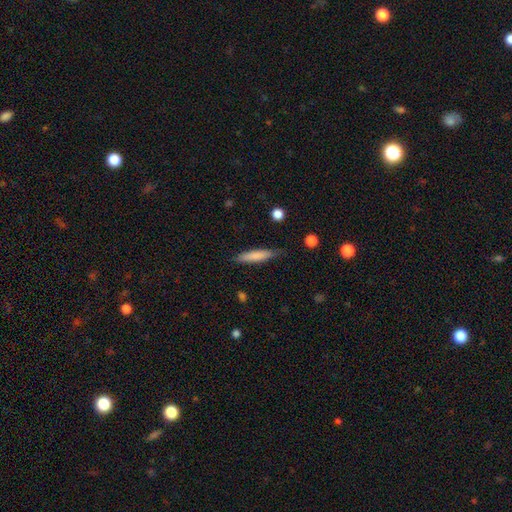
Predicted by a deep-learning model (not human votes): Smooth or featured? smooth (77%)
How rounded? cigar-shaped (86%)
Merging? none (80%)